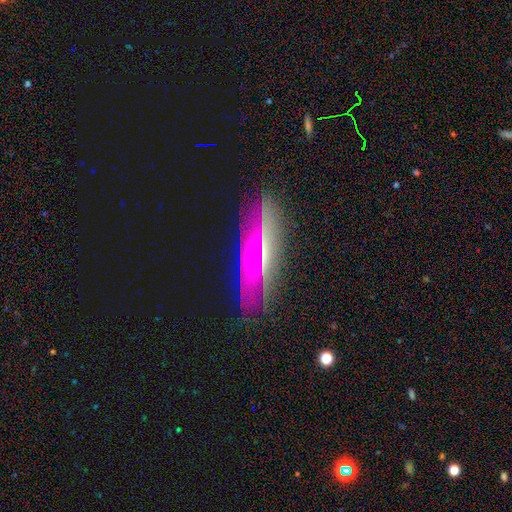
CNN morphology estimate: featured or disk 57%, smooth 27%, star or artifact 16%. Down the decision tree: edge-on disk — yes (66%); merging — none (83%).